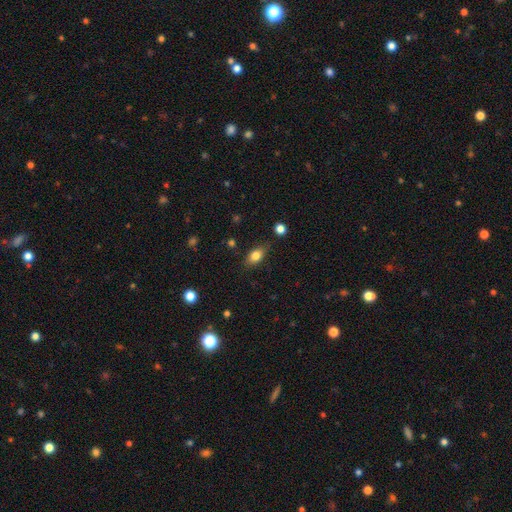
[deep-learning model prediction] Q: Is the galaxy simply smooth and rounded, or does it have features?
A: smooth — 81%.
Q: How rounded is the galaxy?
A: in between — 84%.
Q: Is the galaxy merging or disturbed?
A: none — 80%.